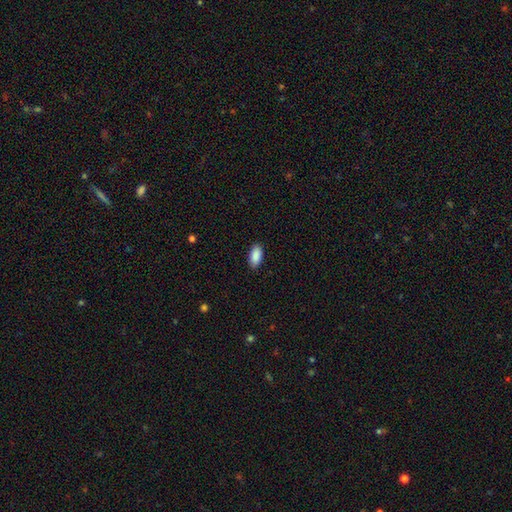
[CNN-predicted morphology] A smooth galaxy with no disk features (90%) that is in between round and cigar-shaped (93%).

Vote fractions:
- Smooth or featured? smooth: 90% / star or artifact: 7% / featured or disk: 3%
- How rounded? in between: 93% / cigar-shaped: 5% / round: 2%
- Merging? none: 89% / minor disturbance: 8% / major disturbance: 2% / merger: 1%